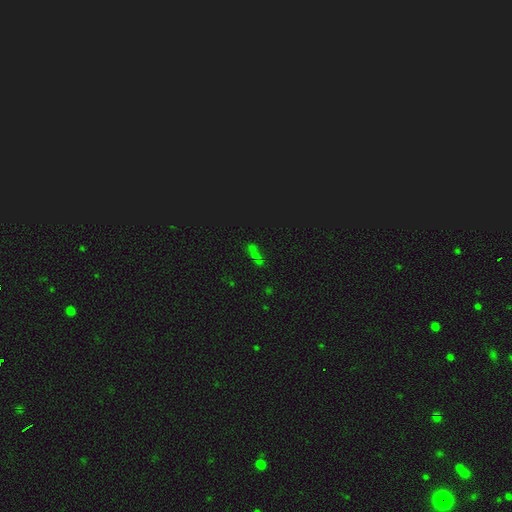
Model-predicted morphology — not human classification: Overall: star or artifact (51%; smooth 33%).